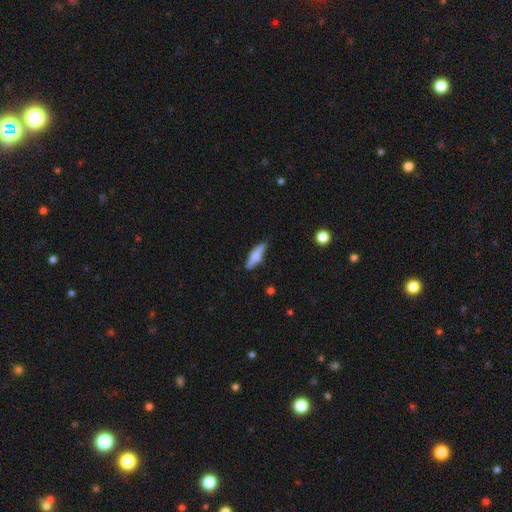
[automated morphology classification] A smooth galaxy with no disk features (56%) that is cigar-shaped (75%).

Vote fractions:
- Smooth or featured? smooth: 56% / featured or disk: 37% / star or artifact: 7%
- How rounded? cigar-shaped: 75% / in between: 23% / round: 2%
- Merging? none: 72% / minor disturbance: 20% / major disturbance: 4% / merger: 3%